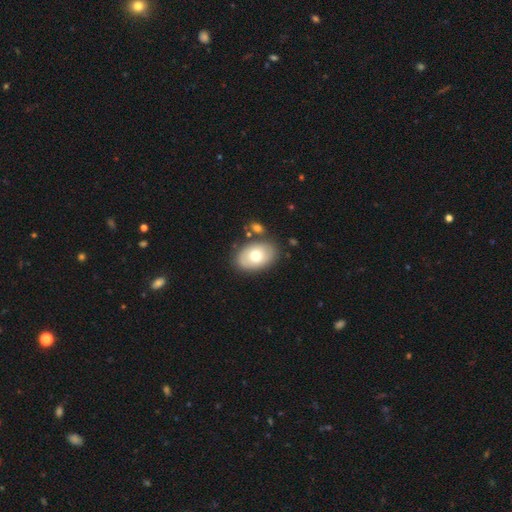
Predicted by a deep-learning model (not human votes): This appears to be a smooth galaxy with no disk features (68%) that is in between round and cigar-shaped (83%). Merging: none (76%).